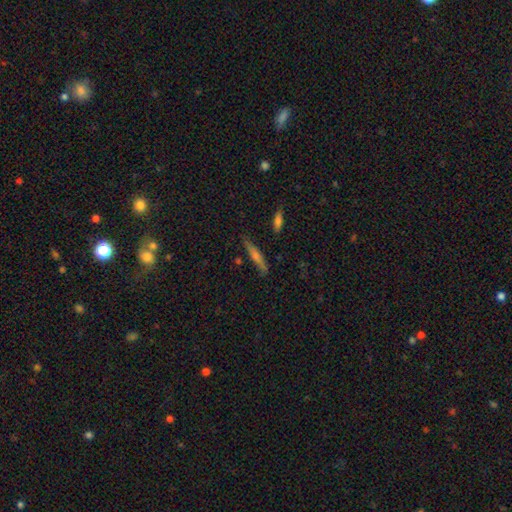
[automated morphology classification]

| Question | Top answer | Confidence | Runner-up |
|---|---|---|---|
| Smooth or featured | featured or disk | 47% | smooth (42%) |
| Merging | none | 81% | minor disturbance (13%) |